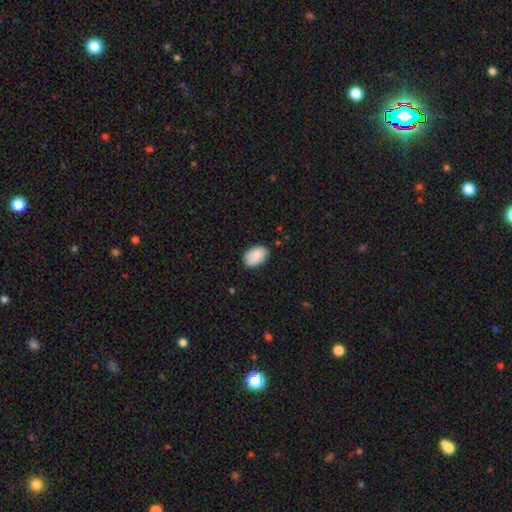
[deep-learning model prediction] smooth-or-featured: smooth: 88% | star or artifact: 6% | featured or disk: 6%
  how-rounded: in between: 90% | round: 9% | cigar-shaped: 1%
  merging: none: 80% | minor disturbance: 16% | major disturbance: 3% | merger: 1%